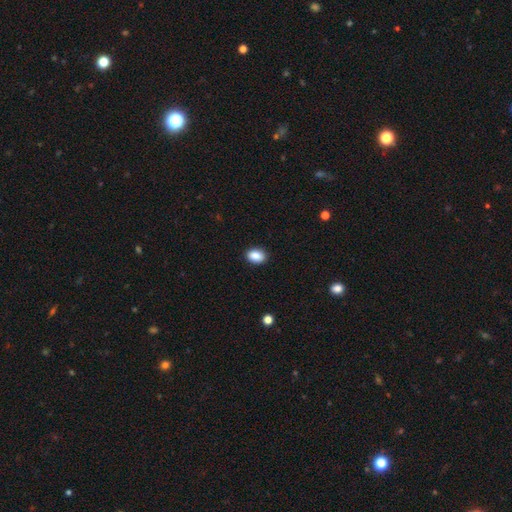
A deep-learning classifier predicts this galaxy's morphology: This is clearly a smooth galaxy (88%). How rounded: likely in between (78%). Merging: clearly none (91%).